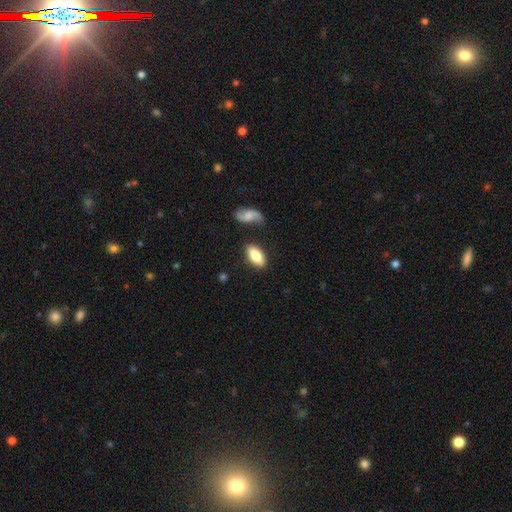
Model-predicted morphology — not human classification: smooth 80%, featured or disk 14%, star or artifact 6%. Down the decision tree: how rounded — in between (89%); merging — none (80%).